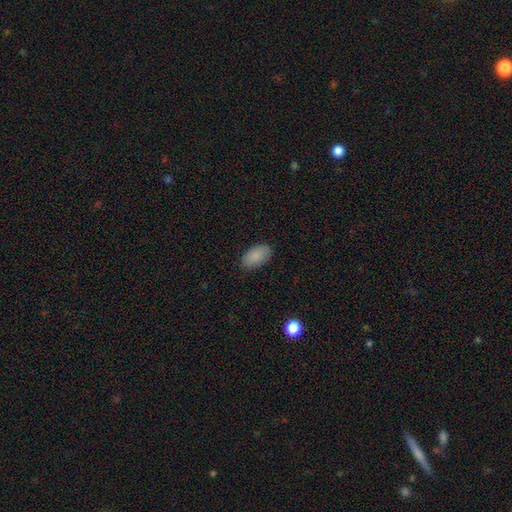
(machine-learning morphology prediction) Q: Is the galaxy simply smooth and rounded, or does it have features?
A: smooth — 88%.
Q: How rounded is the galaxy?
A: in between — 94%.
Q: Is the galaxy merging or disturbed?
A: none — 85%.